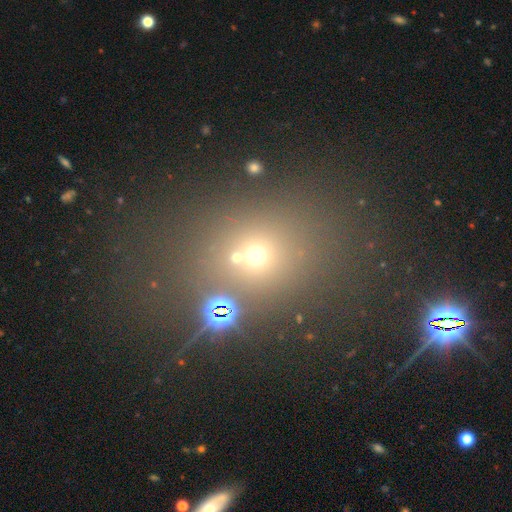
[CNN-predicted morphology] Smooth or featured: smooth — 58% (star or artifact — 31%)
How rounded: round — 74% (in between — 24%)
Merging: none — 66% (merger — 17%)